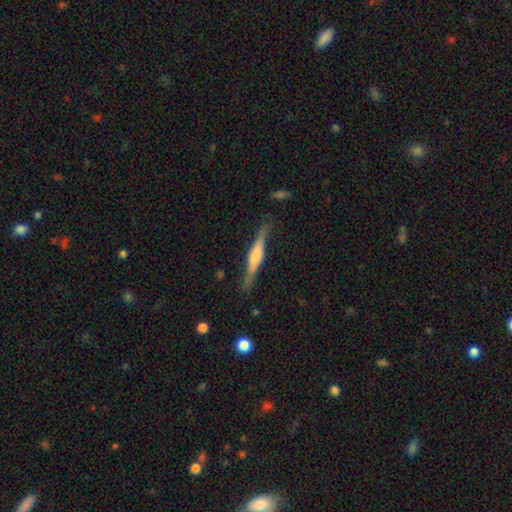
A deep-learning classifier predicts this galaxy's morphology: smooth_or_featured: featured or disk (p=0.62) [alt: smooth p=0.31]
disk_edge_on: yes (p=0.95) [alt: no p=0.05]
edge_on_bulge: rounded (p=0.51) [alt: boxy p=0.38]
merging: none (p=0.81) [alt: minor disturbance p=0.14]